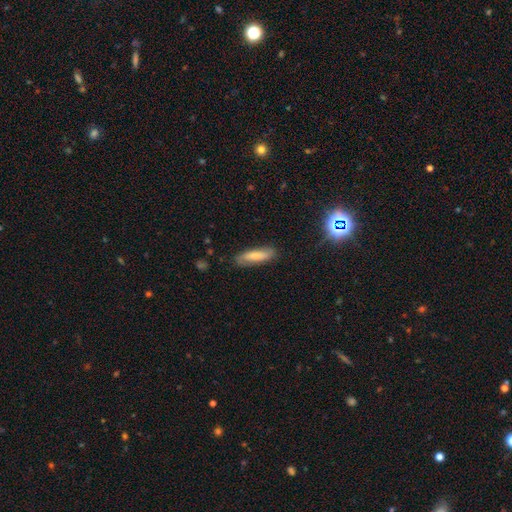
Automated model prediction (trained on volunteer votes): Overall: smooth (70%). How rounded: cigar-shaped (61%; in between 37%). Merging: none (81%).